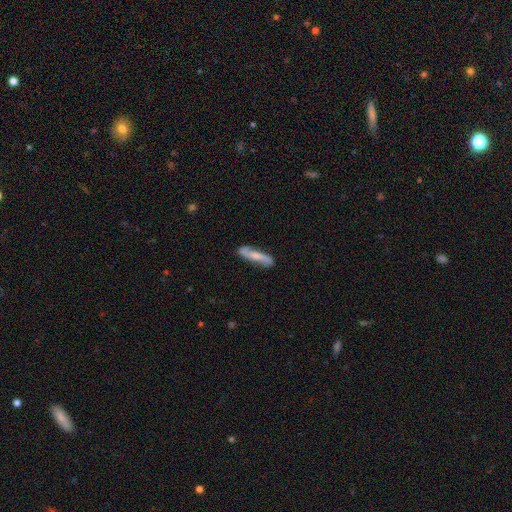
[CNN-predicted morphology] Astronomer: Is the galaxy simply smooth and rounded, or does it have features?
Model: featured or disk — 52% (runner-up: smooth, 42%).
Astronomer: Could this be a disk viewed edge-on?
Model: no — 63%.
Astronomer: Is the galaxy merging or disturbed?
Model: none — 77%.